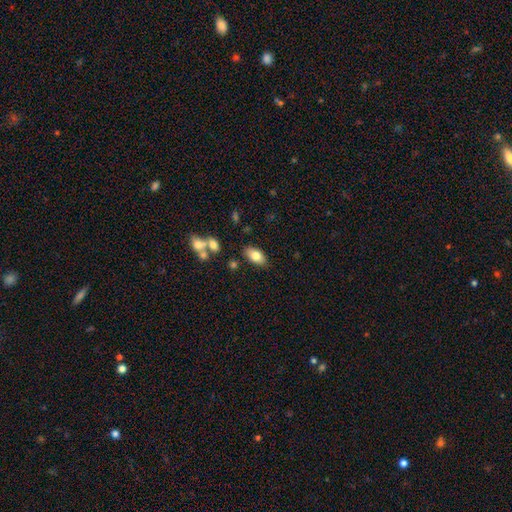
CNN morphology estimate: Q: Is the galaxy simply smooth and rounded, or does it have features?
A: smooth — 77%.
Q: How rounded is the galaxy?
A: in between — 92%.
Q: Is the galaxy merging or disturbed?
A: none — 81%.